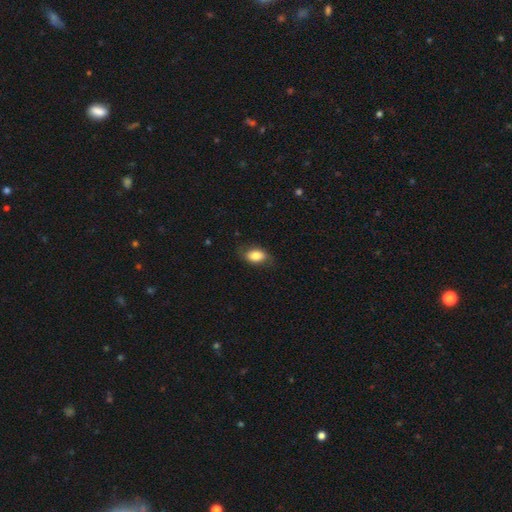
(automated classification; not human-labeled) smooth_or_featured: smooth (p=0.80) [alt: featured or disk p=0.13]
how_rounded: in between (p=0.86) [alt: round p=0.12]
merging: none (p=0.74) [alt: minor disturbance p=0.20]